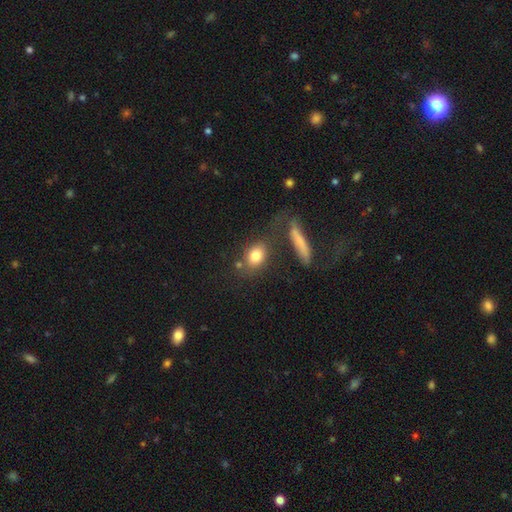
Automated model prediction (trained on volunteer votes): smooth-or-featured: smooth: 80% | featured or disk: 11% | star or artifact: 9%
  how-rounded: in between: 57% | round: 37% | cigar-shaped: 6%
  merging: none: 63% | merger: 15% | minor disturbance: 14% | major disturbance: 8%